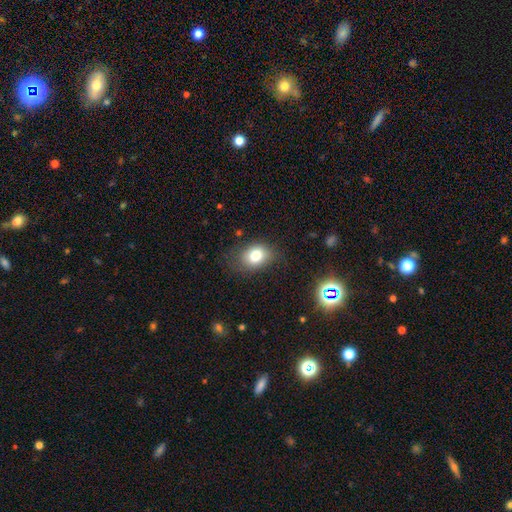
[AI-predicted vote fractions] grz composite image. It shows a smooth galaxy with no disk features (77%) that is in between round and cigar-shaped (62%). Merging: none (75%).